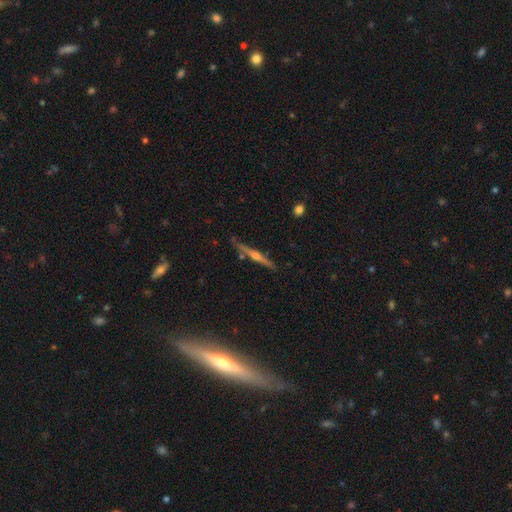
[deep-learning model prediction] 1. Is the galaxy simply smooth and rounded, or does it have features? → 77% featured or disk, 15% smooth, 8% star or artifact.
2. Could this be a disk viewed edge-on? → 97% yes, 3% no.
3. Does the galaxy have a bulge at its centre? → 85% rounded, 9% none, 7% boxy.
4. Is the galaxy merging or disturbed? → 84% none, 11% minor disturbance, 3% major disturbance, 2% merger.